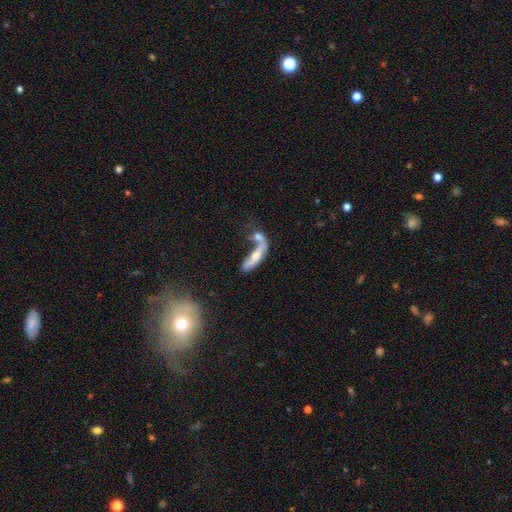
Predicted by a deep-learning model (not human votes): Smooth or featured? Predicted: smooth (p=0.48). Merging? Predicted: merger (p=0.52).